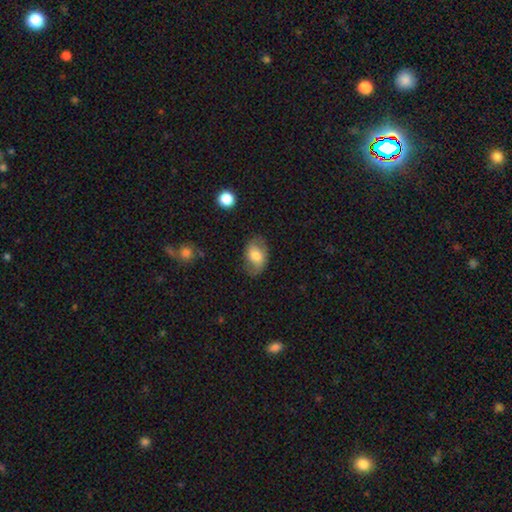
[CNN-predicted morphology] The model was most divided on "smooth or featured": smooth: 66%, featured or disk: 26%, star or artifact: 8%. More confident: how rounded — in between (83%); merging — none (68%).